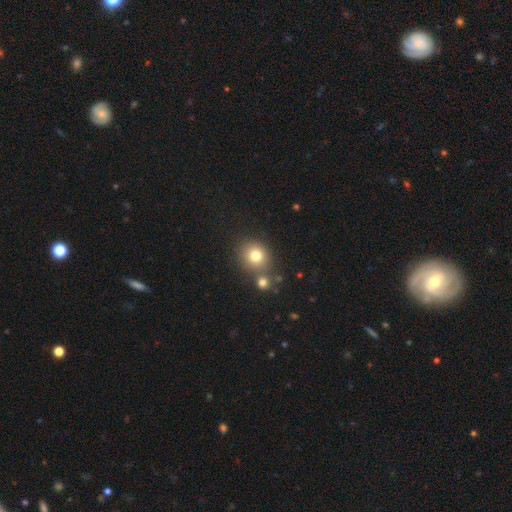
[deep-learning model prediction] Morphology: type=smooth (78%); roundness=round (80%); merging=none (68%).